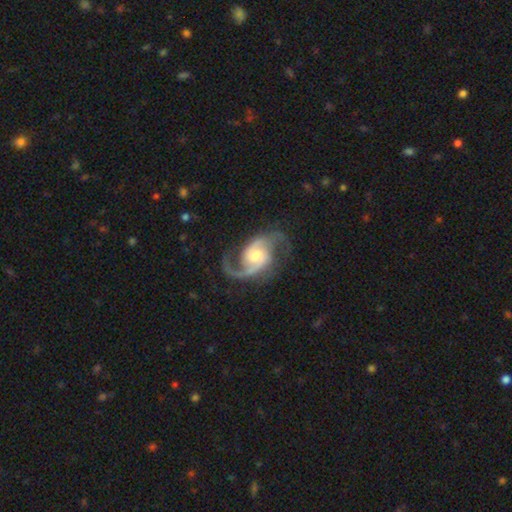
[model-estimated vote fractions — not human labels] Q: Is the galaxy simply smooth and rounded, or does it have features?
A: featured or disk — 92%.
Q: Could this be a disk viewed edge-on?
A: no — 98%.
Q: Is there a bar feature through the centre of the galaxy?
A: no — 53%.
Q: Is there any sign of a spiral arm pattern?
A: yes — 98%.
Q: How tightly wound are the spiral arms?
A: medium — 52%.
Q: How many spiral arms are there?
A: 2 — 92%.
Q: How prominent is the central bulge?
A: moderate — 57%.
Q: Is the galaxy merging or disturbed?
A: none — 76%.